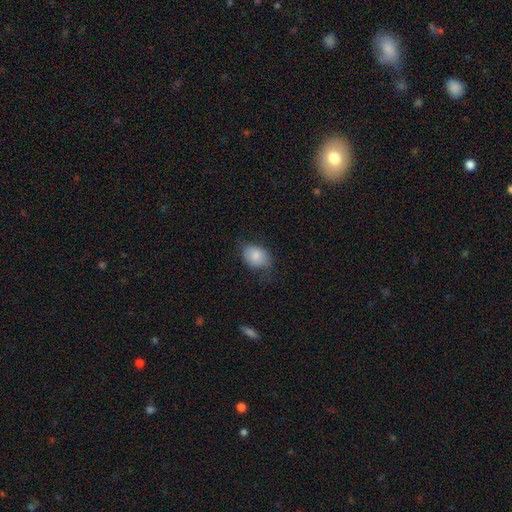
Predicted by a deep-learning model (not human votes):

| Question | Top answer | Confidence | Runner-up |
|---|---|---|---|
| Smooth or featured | smooth | 84% | featured or disk (9%) |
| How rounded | in between | 74% | round (25%) |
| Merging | none | 65% | minor disturbance (26%) |